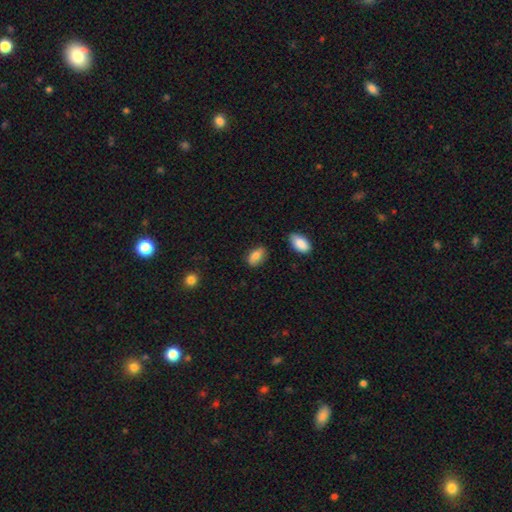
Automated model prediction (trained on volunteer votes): Smooth or featured?
  - smooth: 78% *
  - featured or disk: 14%
  - star or artifact: 8%
How rounded?
  - in between: 90% *
  - round: 7%
  - cigar-shaped: 3%
Merging?
  - none: 77% *
  - minor disturbance: 17%
  - major disturbance: 3%
  - merger: 2%